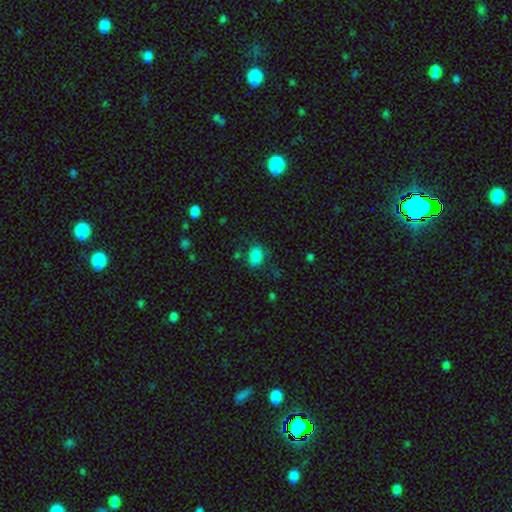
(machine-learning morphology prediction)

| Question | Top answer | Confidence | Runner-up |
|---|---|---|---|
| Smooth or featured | smooth | 85% | star or artifact (10%) |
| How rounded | in between | 75% | round (24%) |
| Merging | none | 71% | minor disturbance (18%) |